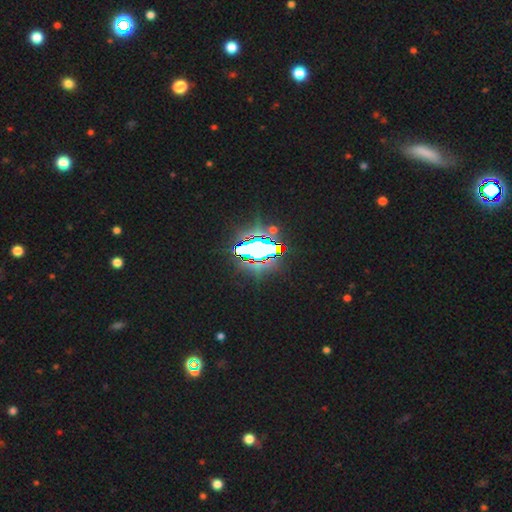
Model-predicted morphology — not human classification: A star or artifact, not a galaxy (70%).